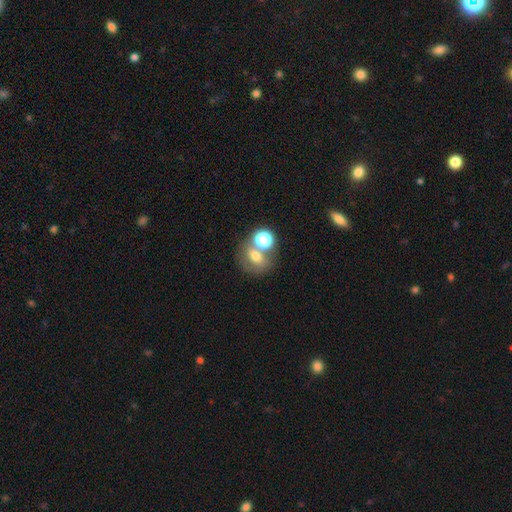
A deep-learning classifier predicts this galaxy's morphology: Smooth or featured? smooth (64%)
How rounded? round (57%)
Merging? none (46%)